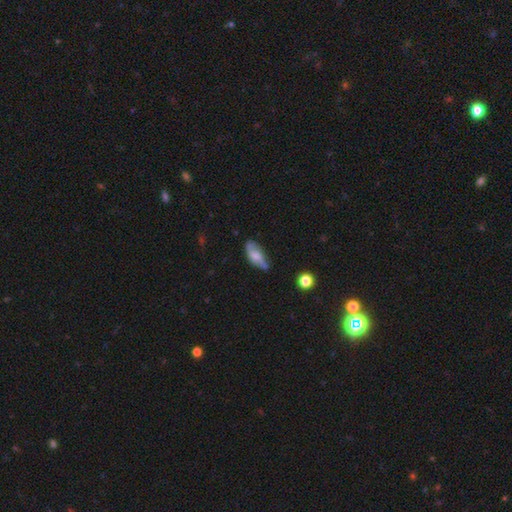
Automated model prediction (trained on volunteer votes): This appears to be a smooth galaxy with no disk features (49%). Merging: none (53%).